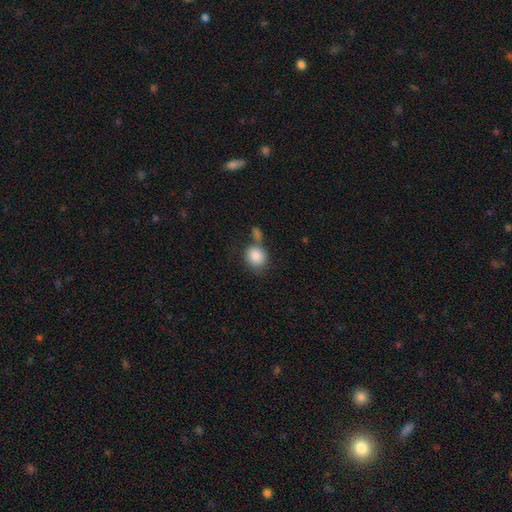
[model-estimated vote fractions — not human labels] This is clearly a smooth galaxy (86%). How rounded: likely round (79%). Merging: possibly none (49%).